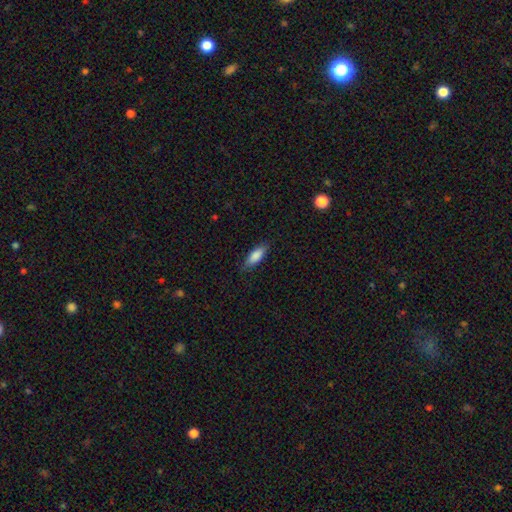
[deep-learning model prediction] Morphology: type=smooth (85%); roundness=in between (70%); merging=none (81%).